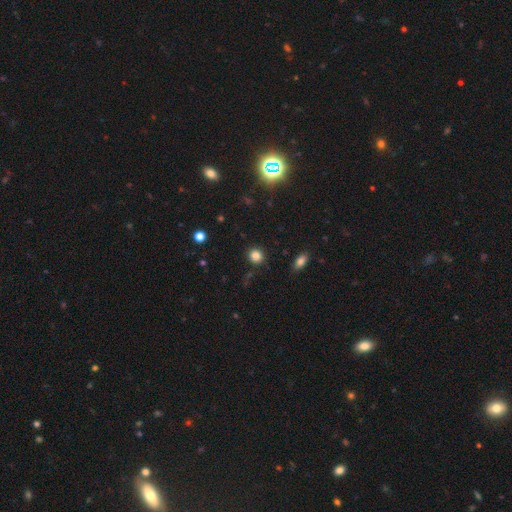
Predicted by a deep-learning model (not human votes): Smooth or featured? Predicted: smooth (p=0.84). How rounded? Predicted: round (p=0.86). Merging? Predicted: none (p=0.89).